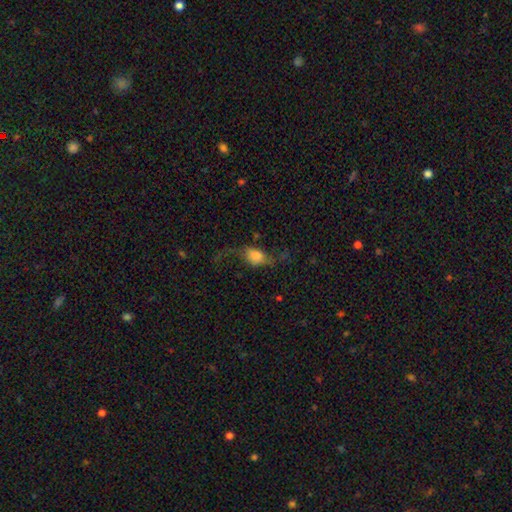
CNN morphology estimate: Smooth or featured? Predicted: smooth (p=0.56). How rounded? Predicted: in between (p=0.75). Merging? Predicted: major disturbance (p=0.40).